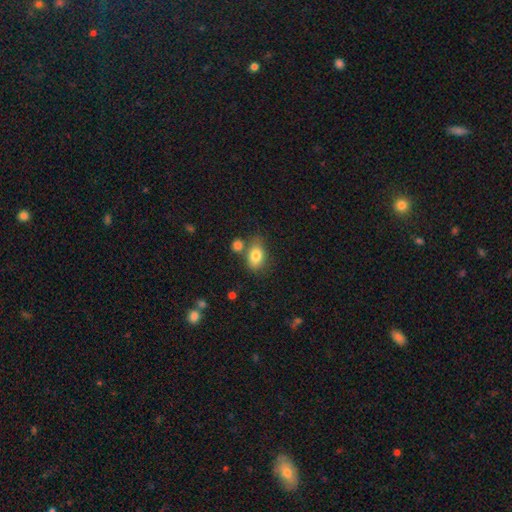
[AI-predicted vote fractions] smooth 81%, featured or disk 10%, star or artifact 8%. Down the decision tree: how rounded — in between (80%); merging — none (61%).